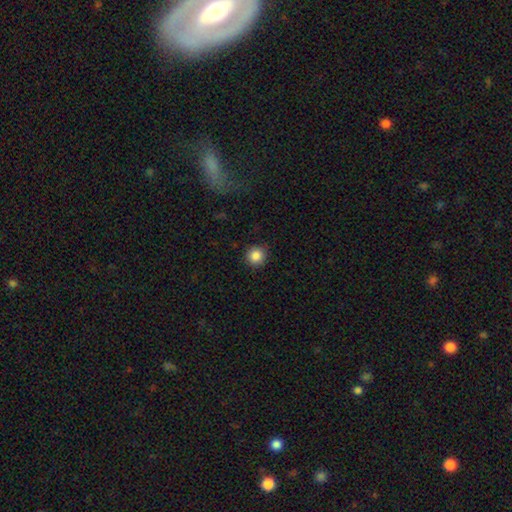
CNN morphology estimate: Q: Smooth or featured?
A: smooth (86%); runner-up: star or artifact (10%)
Q: How rounded?
A: round (94%); runner-up: in between (5%)
Q: Merging?
A: none (89%); runner-up: minor disturbance (8%)